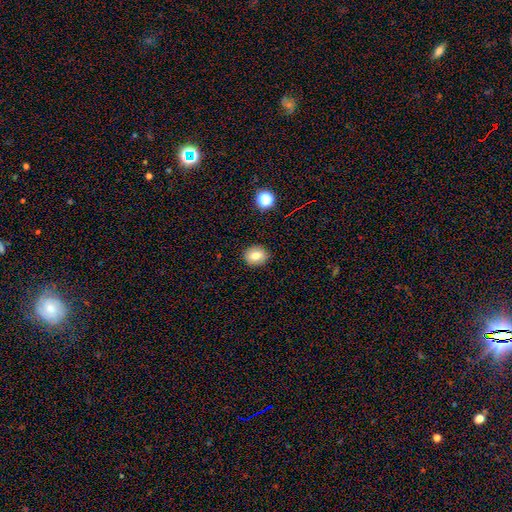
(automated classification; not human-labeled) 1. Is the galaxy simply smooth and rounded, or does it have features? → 77% smooth, 12% featured or disk, 11% star or artifact.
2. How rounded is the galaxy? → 67% round, 32% in between, 1% cigar-shaped.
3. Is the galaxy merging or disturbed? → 89% none, 8% minor disturbance, 2% major disturbance, 1% merger.